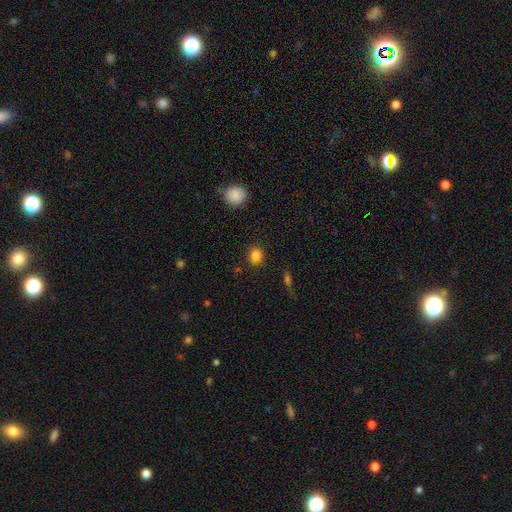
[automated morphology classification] The model was most divided on "smooth or featured": smooth: 83%, star or artifact: 13%, featured or disk: 4%. More confident: how rounded — round (88%); merging — none (85%).